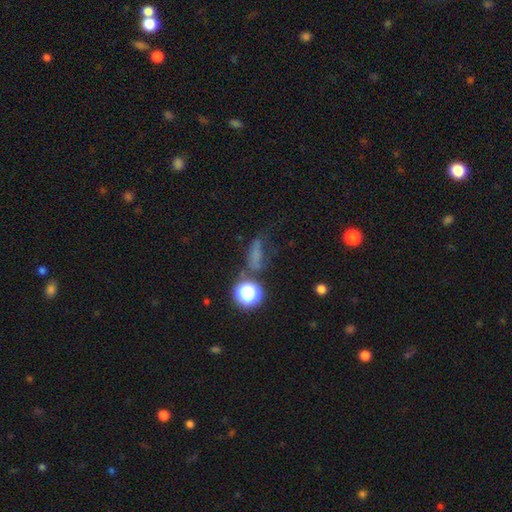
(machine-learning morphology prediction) smooth 53%, star or artifact 29%, featured or disk 18%. Down the decision tree: how rounded — in between (43%); merging — none (46%).